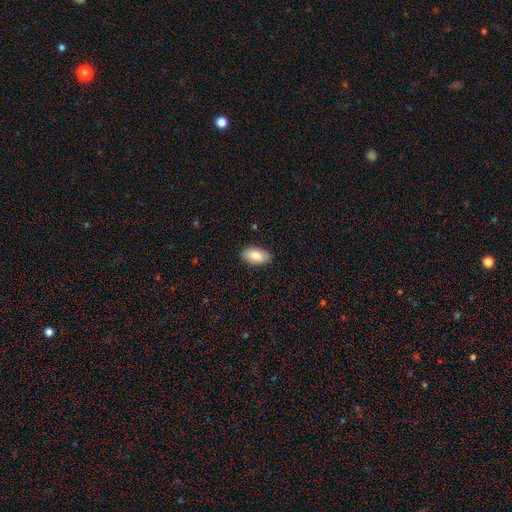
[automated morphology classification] smooth-or-featured: smooth: 80% | featured or disk: 14% | star or artifact: 6%
  how-rounded: in between: 94% | round: 4% | cigar-shaped: 2%
  merging: none: 87% | minor disturbance: 10% | major disturbance: 2% | merger: 1%